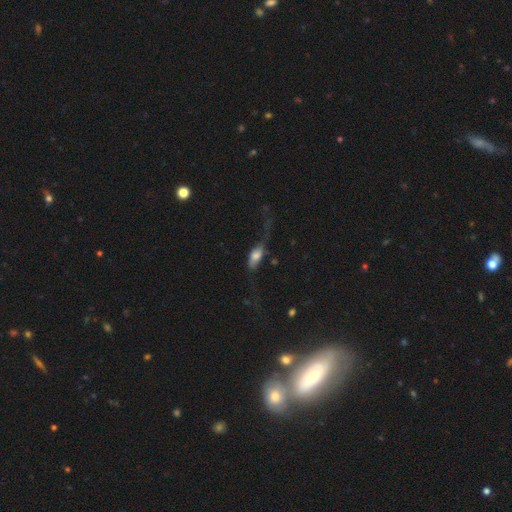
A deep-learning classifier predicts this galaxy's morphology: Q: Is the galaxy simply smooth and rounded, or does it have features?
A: smooth — 59%.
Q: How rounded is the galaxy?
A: in between — 79%.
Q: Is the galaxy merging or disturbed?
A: major disturbance — 49%.